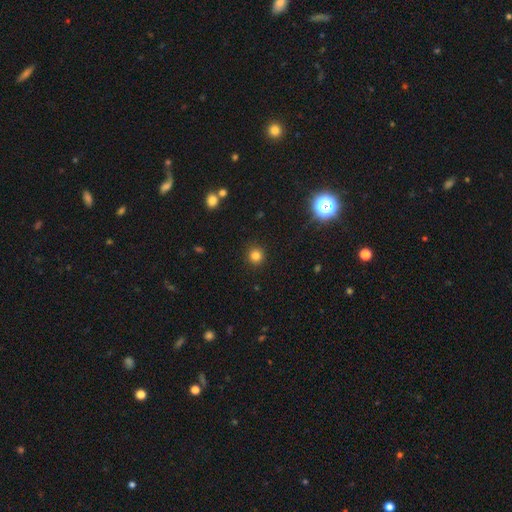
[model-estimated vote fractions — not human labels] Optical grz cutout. It shows a smooth galaxy with no disk features (82%) that is round (94%). Merging: none (92%).